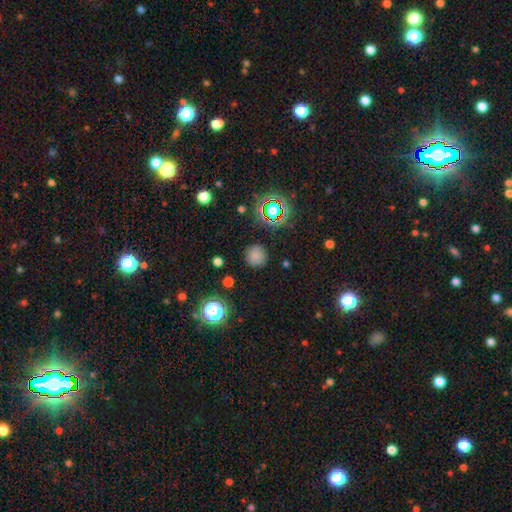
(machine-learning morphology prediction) Smooth or featured? Predicted: smooth (p=0.75). How rounded? Predicted: round (p=0.94). Merging? Predicted: none (p=0.87).